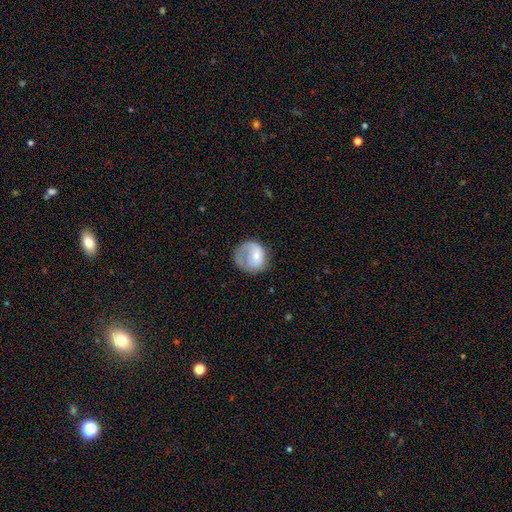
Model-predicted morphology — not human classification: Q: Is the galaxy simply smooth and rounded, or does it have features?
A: smooth — 58%.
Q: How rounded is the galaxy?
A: round — 70%.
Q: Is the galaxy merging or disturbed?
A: none — 40%.